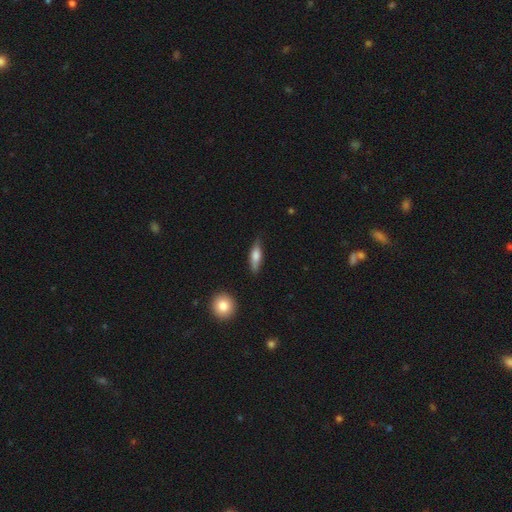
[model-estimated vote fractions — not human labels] smooth_or_featured: smooth (p=0.67) [alt: featured or disk p=0.27]
how_rounded: in between (p=0.52) [alt: cigar-shaped p=0.44]
merging: none (p=0.76) [alt: minor disturbance p=0.18]